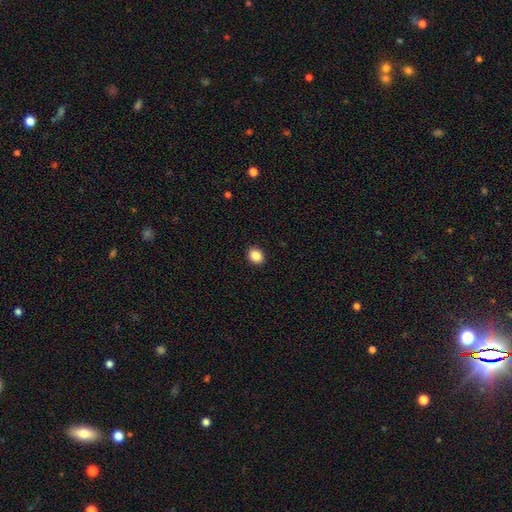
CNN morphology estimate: Smooth or featured? Predicted: smooth (p=0.86). How rounded? Predicted: round (p=0.64). Merging? Predicted: none (p=0.92).